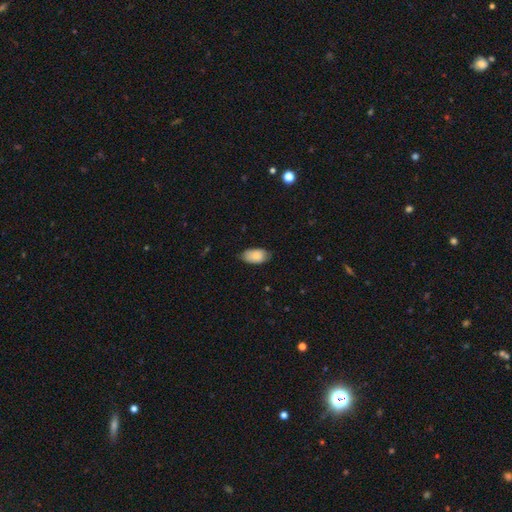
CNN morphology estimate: A smooth galaxy with no disk features (83%) that is in between round and cigar-shaped (94%).

Vote fractions:
- Smooth or featured? smooth: 83% / featured or disk: 10% / star or artifact: 6%
- How rounded? in between: 94% / round: 4% / cigar-shaped: 2%
- Merging? none: 72% / minor disturbance: 23% / major disturbance: 3% / merger: 1%